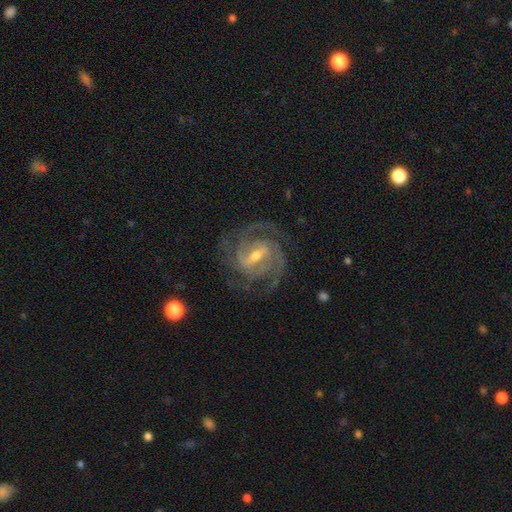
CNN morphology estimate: This is clearly a featured or disk galaxy (92%). It is clearly not viewed edge-on (97%). Bar: possibly strong (50%). Spiral arm pattern: clearly yes (98%). Spiral arm count: marginally 2 (42%). Spiral winding: possibly tight (57%). Central bulge: possibly moderate (51%). Merging: likely none (79%).